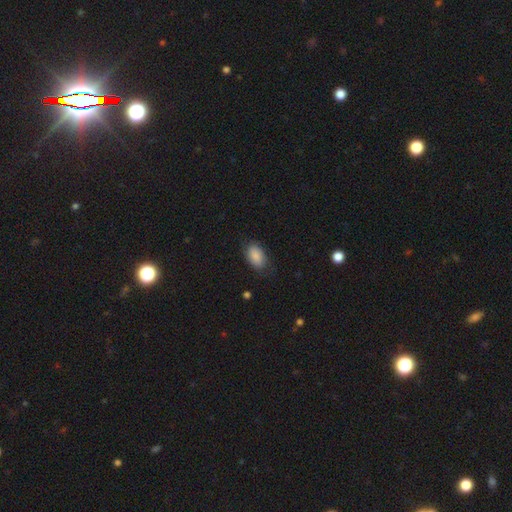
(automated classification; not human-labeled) This appears to be a smooth galaxy with no disk features (88%) that is in between round and cigar-shaped (92%). Merging: none (76%).